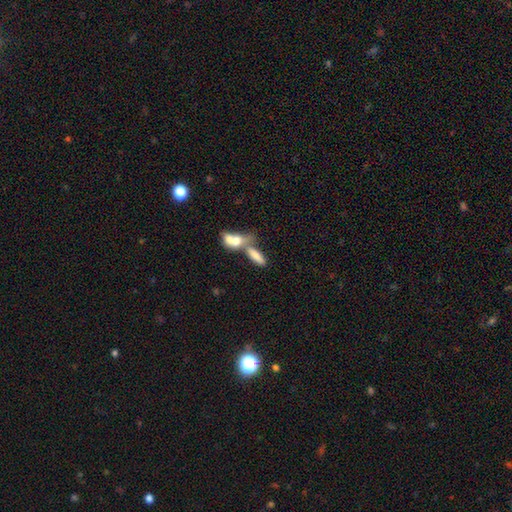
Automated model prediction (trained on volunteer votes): smooth-or-featured: smooth: 73% | featured or disk: 19% | star or artifact: 8%
  how-rounded: in between: 63% | cigar-shaped: 32% | round: 4%
  merging: merger: 62% | none: 24% | minor disturbance: 8% | major disturbance: 6%